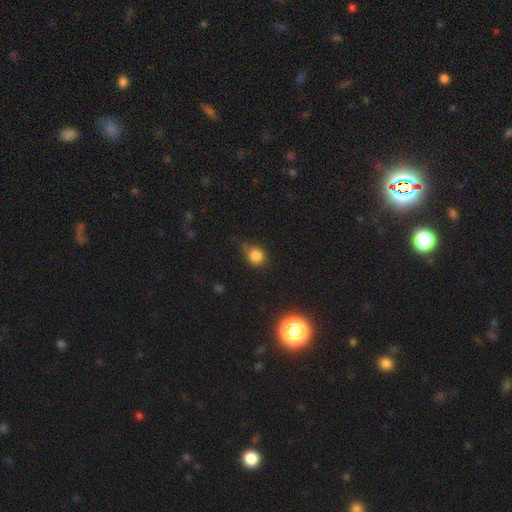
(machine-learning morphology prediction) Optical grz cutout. It shows a smooth galaxy with no disk features (80%) that is round (81%). Merging: none (61%).